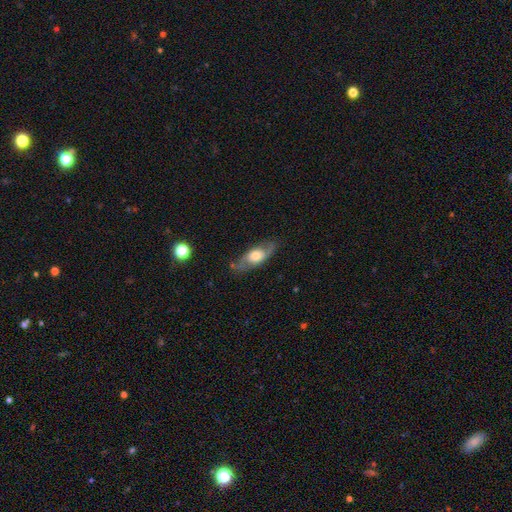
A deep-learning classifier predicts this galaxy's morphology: Smooth or featured? featured or disk (59%)
Edge-on disk? no (75%)
Merging? none (73%)